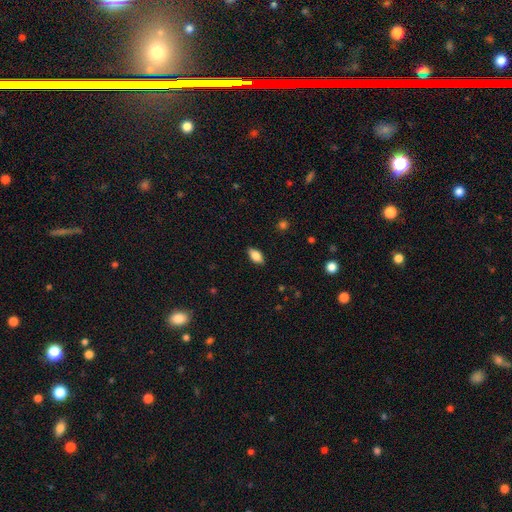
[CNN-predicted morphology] This is likely a smooth galaxy (80%). How rounded: clearly in between (89%). Merging: clearly none (87%).